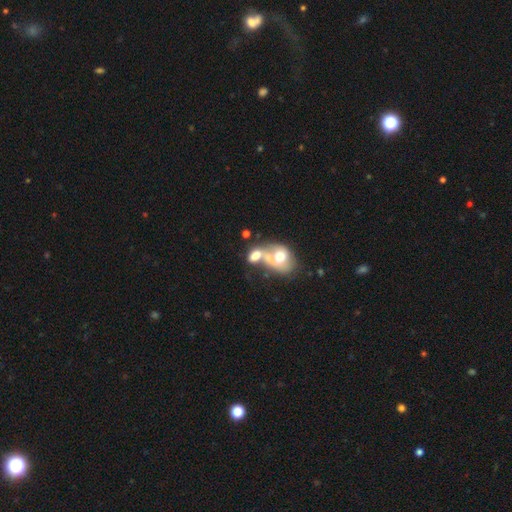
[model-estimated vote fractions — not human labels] This appears to be a smooth galaxy with no disk features (62%) that is in between round and cigar-shaped (74%). Merging: merger (73%).